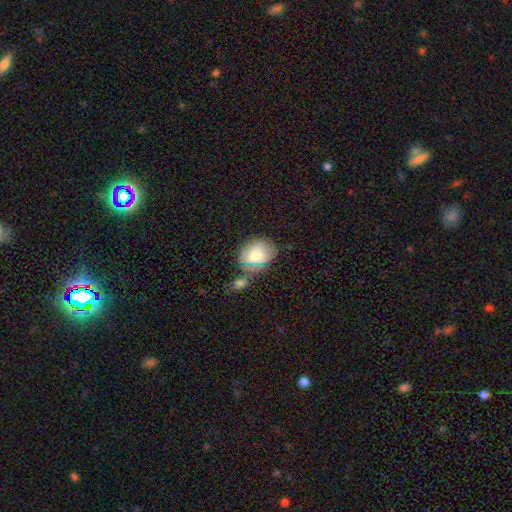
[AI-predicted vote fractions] Overall: smooth (74%). How rounded: in between (60%; round 39%). Merging: none (55%; minor disturbance 21%).